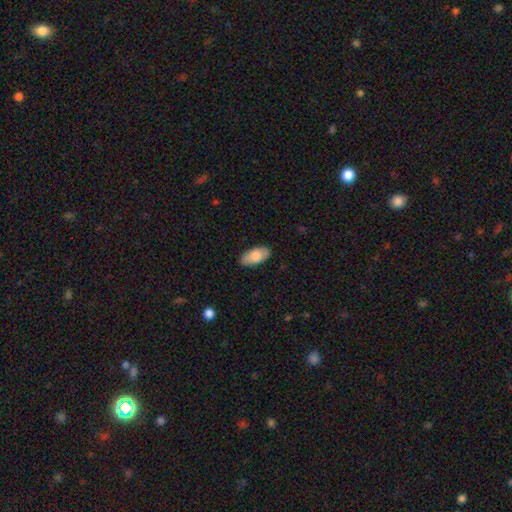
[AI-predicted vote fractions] smooth_or_featured: smooth (p=0.81) [alt: featured or disk p=0.14]
how_rounded: in between (p=0.94) [alt: cigar-shaped p=0.04]
merging: none (p=0.87) [alt: minor disturbance p=0.10]